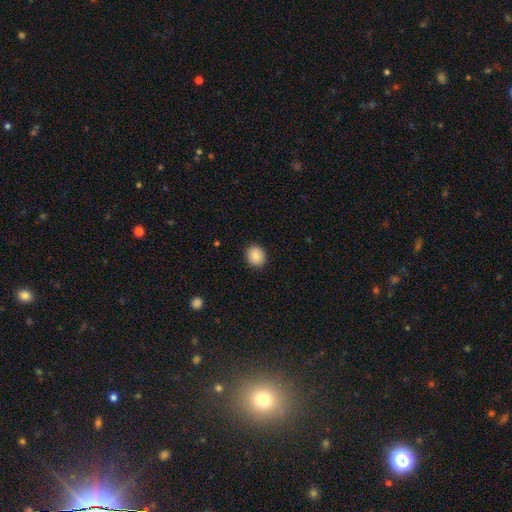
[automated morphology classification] This is clearly a smooth galaxy (88%). How rounded: likely round (76%). Merging: clearly none (90%).